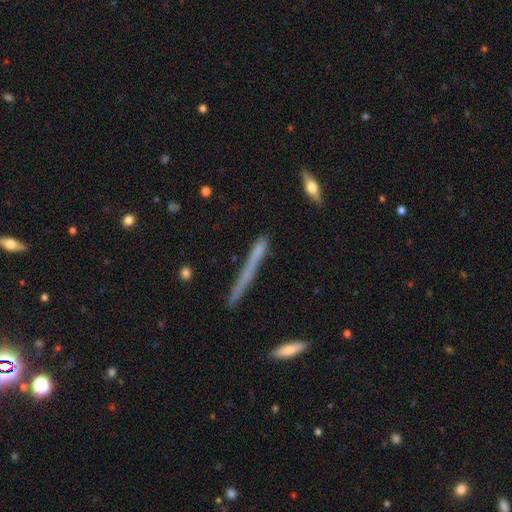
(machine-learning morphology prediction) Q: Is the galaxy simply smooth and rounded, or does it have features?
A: smooth — 53%.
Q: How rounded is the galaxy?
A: cigar-shaped — 94%.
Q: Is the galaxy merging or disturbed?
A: none — 74%.